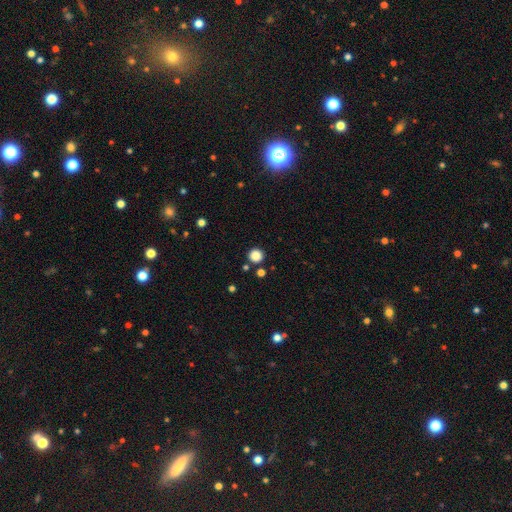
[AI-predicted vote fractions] Q: Smooth or featured?
A: smooth (85%); runner-up: star or artifact (11%)
Q: How rounded?
A: round (95%); runner-up: in between (4%)
Q: Merging?
A: none (89%); runner-up: minor disturbance (5%)